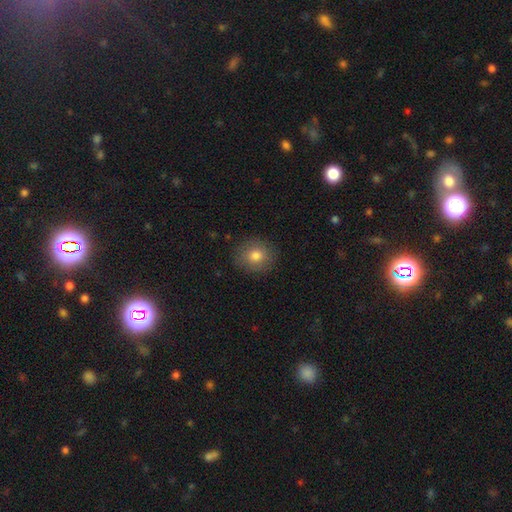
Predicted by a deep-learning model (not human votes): This appears to be a smooth galaxy with no disk features (80%) that is round (82%). Merging: none (88%).